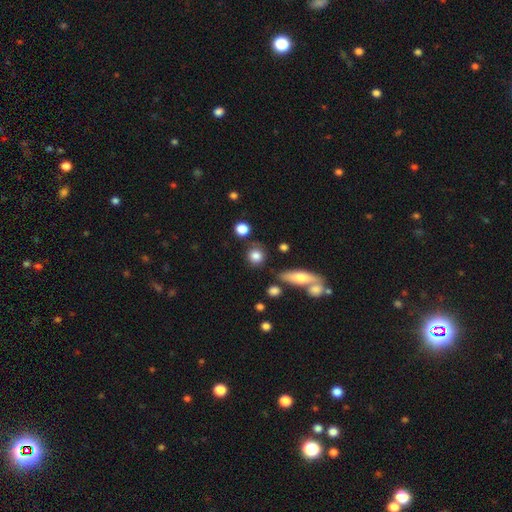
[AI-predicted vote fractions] Smooth or featured? smooth (82%)
How rounded? round (84%)
Merging? none (78%)